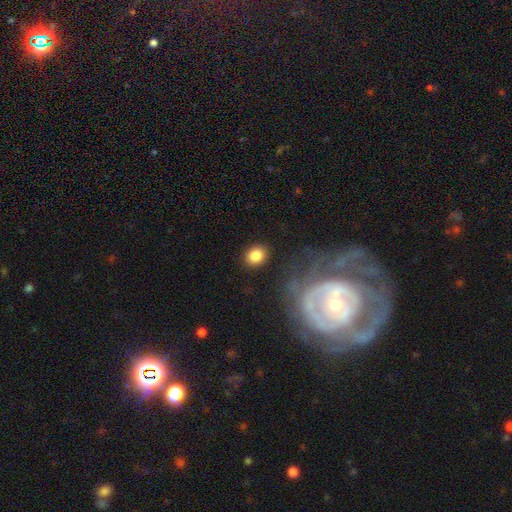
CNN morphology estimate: type=smooth (85%); roundness=round (58%); merging=none (86%).